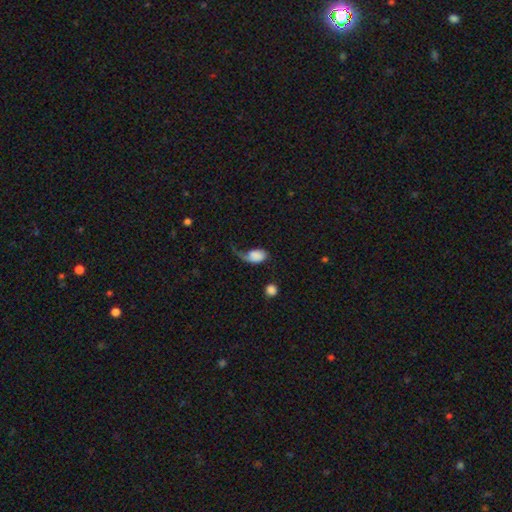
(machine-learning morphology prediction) smooth 68%, featured or disk 24%, star or artifact 8%. Down the decision tree: how rounded — in between (86%); merging — major disturbance (50%).